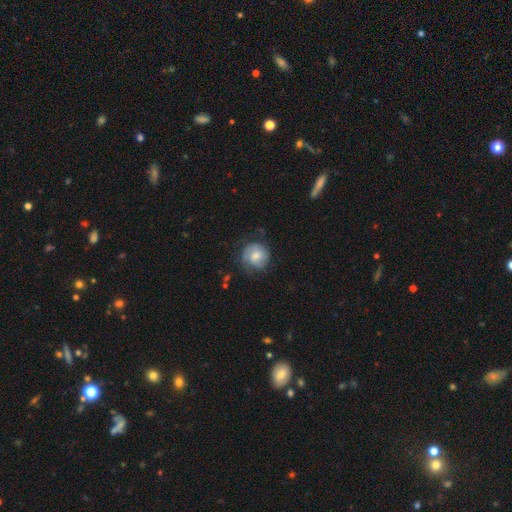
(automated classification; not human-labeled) smooth-or-featured: smooth: 59% | featured or disk: 33% | star or artifact: 8%
  how-rounded: round: 88% | in between: 11% | cigar-shaped: 1%
  merging: none: 67% | minor disturbance: 22% | major disturbance: 9% | merger: 1%